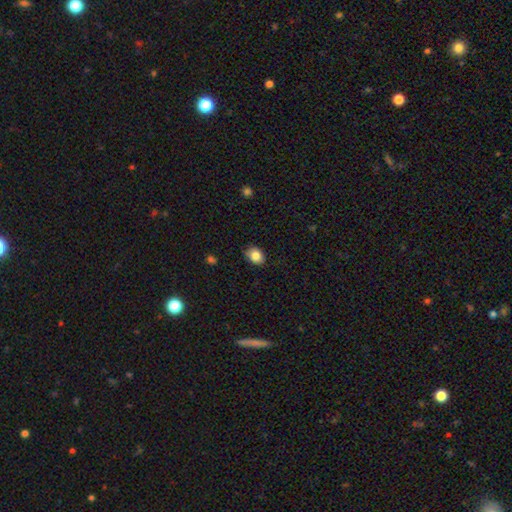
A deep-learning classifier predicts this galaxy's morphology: Smooth or featured? Predicted: smooth (p=0.85). How rounded? Predicted: in between (p=0.60). Merging? Predicted: none (p=0.80).